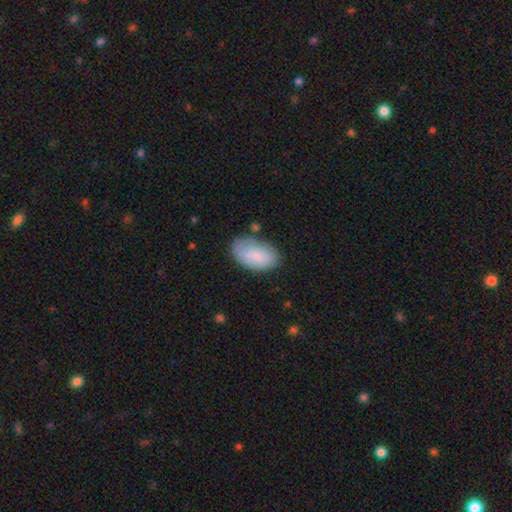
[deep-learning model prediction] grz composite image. It shows a smooth galaxy with no disk features (77%) that is in between round and cigar-shaped (94%). Merging: none (69%).